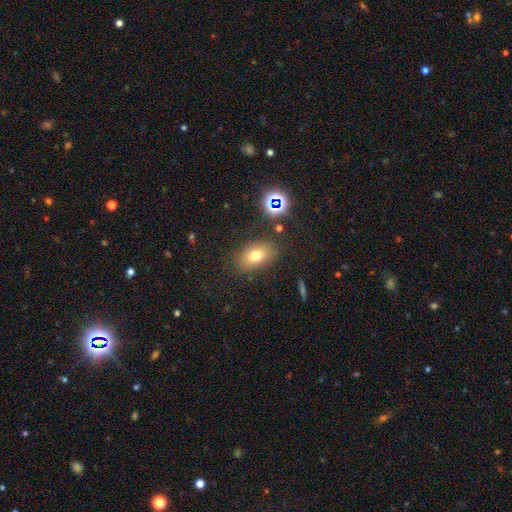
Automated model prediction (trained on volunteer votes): Smooth or featured? smooth (72%)
How rounded? in between (83%)
Merging? none (82%)